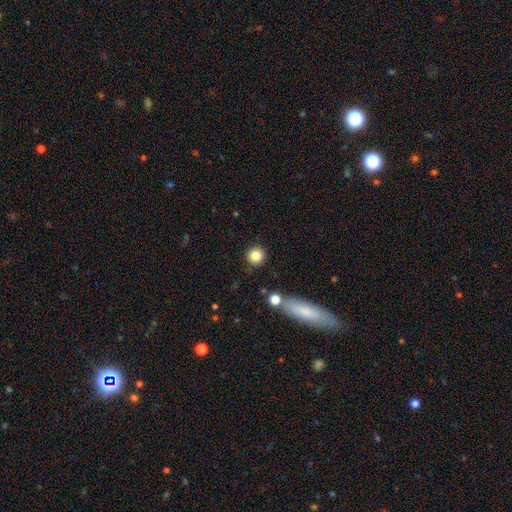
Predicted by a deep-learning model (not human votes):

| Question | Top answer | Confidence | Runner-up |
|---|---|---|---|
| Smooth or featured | smooth | 83% | star or artifact (10%) |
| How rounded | round | 93% | in between (6%) |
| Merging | none | 89% | minor disturbance (6%) |